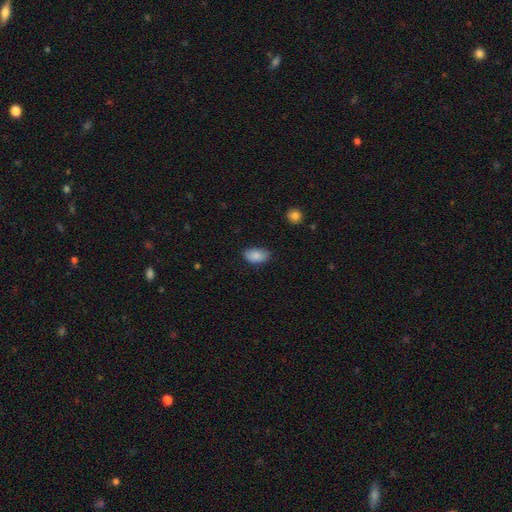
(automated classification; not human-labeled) Overall: smooth (87%). How rounded: in between (92%). Merging: none (75%).